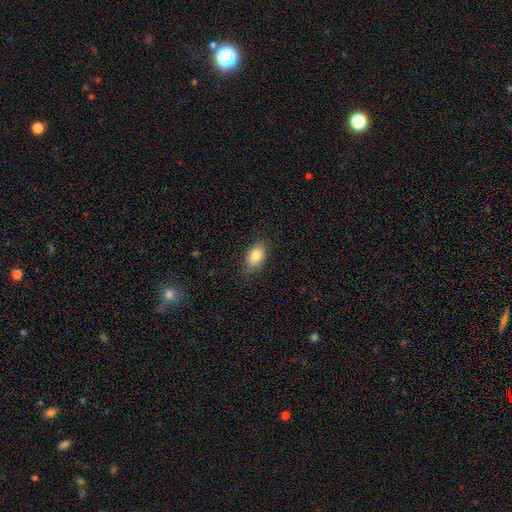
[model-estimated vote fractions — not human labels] A smooth galaxy with no disk features (82%) that is in between round and cigar-shaped (90%).

Vote fractions:
- Smooth or featured? smooth: 82% / featured or disk: 10% / star or artifact: 7%
- How rounded? in between: 90% / round: 8% / cigar-shaped: 2%
- Merging? none: 82% / minor disturbance: 14% / major disturbance: 3% / merger: 1%